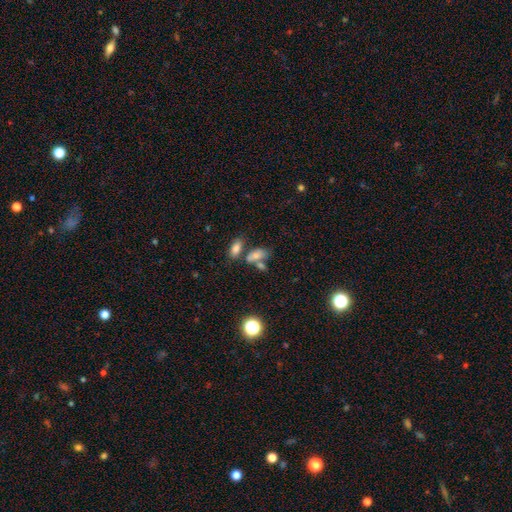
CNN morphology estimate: Smooth or featured: smooth — 71% (featured or disk — 17%)
How rounded: in between — 85% (round — 8%)
Merging: none — 43% (merger — 37%)